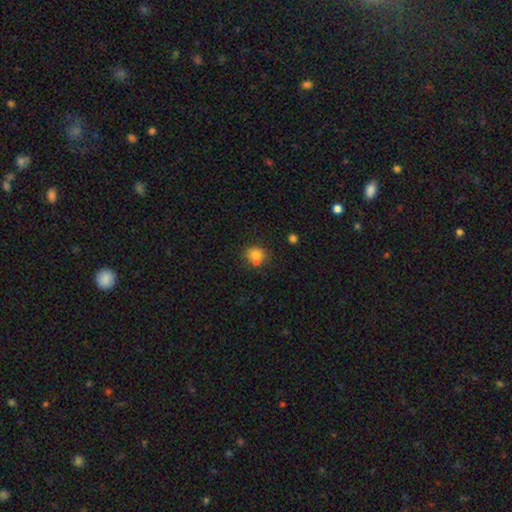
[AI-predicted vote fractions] Morphology: type=smooth (79%); roundness=round (77%); merging=none (61%).